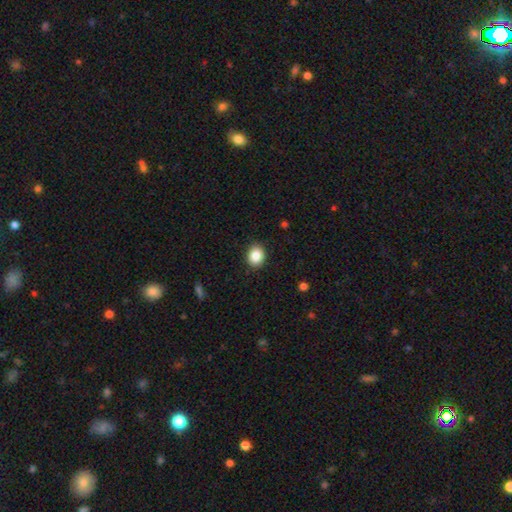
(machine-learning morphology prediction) Q: Smooth or featured?
A: smooth (86%); runner-up: star or artifact (9%)
Q: How rounded?
A: round (66%); runner-up: in between (34%)
Q: Merging?
A: none (90%); runner-up: minor disturbance (7%)